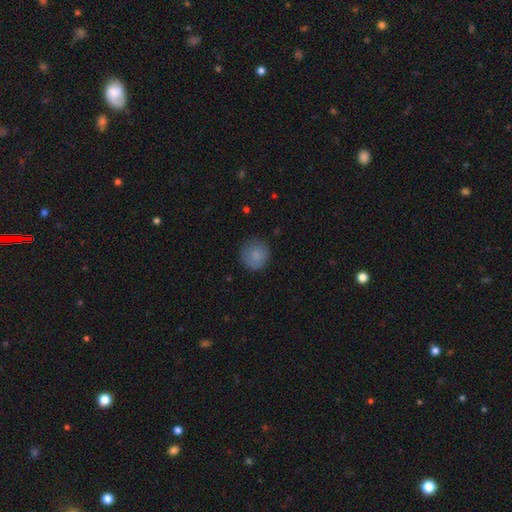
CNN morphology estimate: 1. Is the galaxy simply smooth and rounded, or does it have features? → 84% smooth, 8% star or artifact, 8% featured or disk.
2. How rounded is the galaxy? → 92% round, 7% in between, 1% cigar-shaped.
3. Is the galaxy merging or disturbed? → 82% none, 14% minor disturbance, 3% major disturbance, 1% merger.